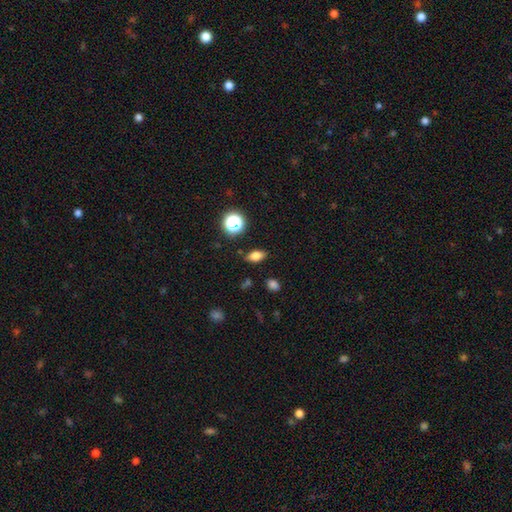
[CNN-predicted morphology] The model was most divided on "smooth or featured": smooth: 75%, star or artifact: 14%, featured or disk: 11%. More confident: merging — none (85%); how rounded — in between (81%).